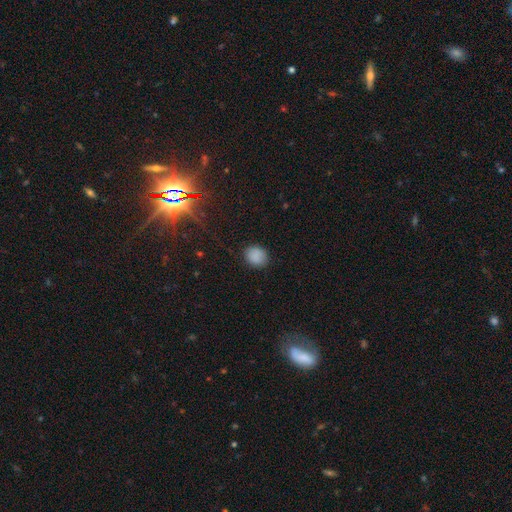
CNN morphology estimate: smooth 87%, star or artifact 10%, featured or disk 4%. Down the decision tree: how rounded — round (71%); merging — none (86%).